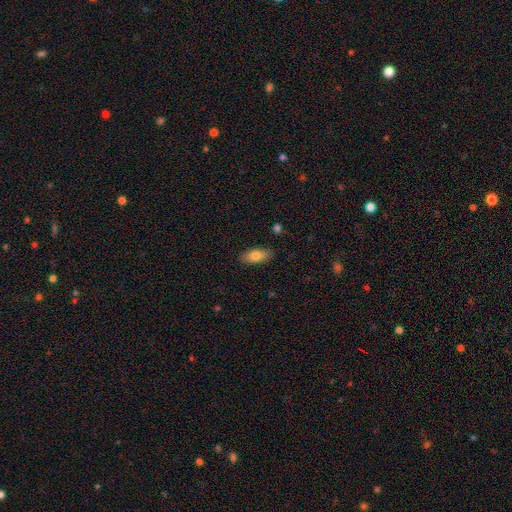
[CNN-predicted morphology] Q: Smooth or featured?
A: smooth (75%); runner-up: featured or disk (18%)
Q: How rounded?
A: in between (80%); runner-up: cigar-shaped (17%)
Q: Merging?
A: none (87%); runner-up: minor disturbance (9%)